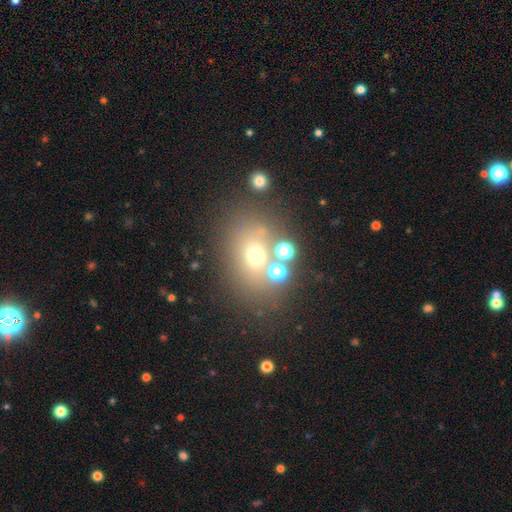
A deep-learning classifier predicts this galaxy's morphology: A smooth galaxy with no disk features (59%) that is round (52%). Merging: none (64%).